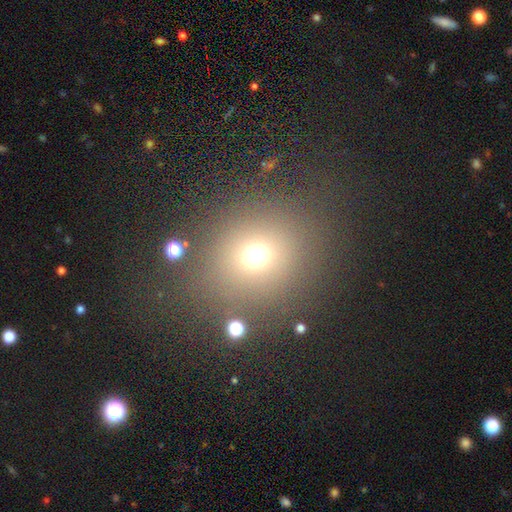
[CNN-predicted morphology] type=smooth (67%); roundness=round (82%); merging=none (79%).